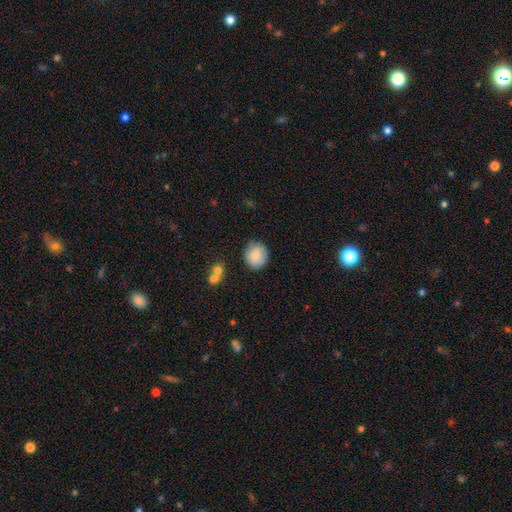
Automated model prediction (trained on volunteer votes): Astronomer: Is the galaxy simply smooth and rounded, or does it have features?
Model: smooth — 83%.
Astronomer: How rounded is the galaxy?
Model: round — 79%.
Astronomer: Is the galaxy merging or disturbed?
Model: none — 80%.